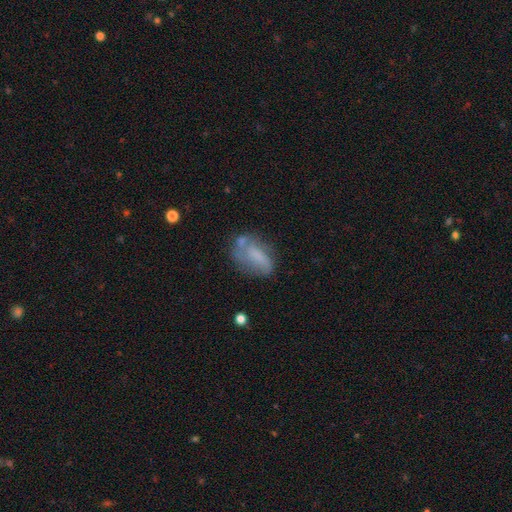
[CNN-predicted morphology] This is possibly a smooth galaxy (48%). Merging: marginally none (45%).